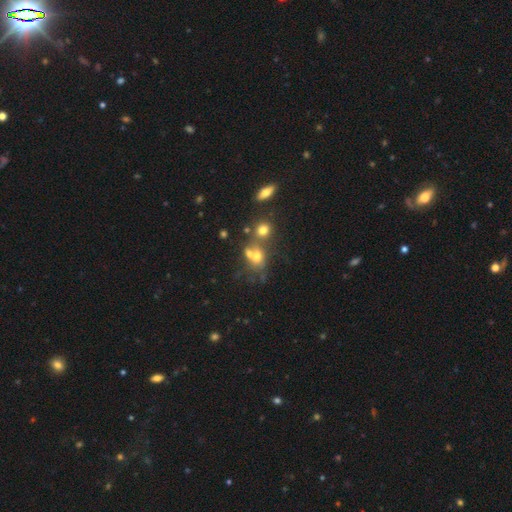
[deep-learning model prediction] This is possibly a smooth galaxy (59%). How rounded: possibly round (58%). Merging: possibly merger (48%).